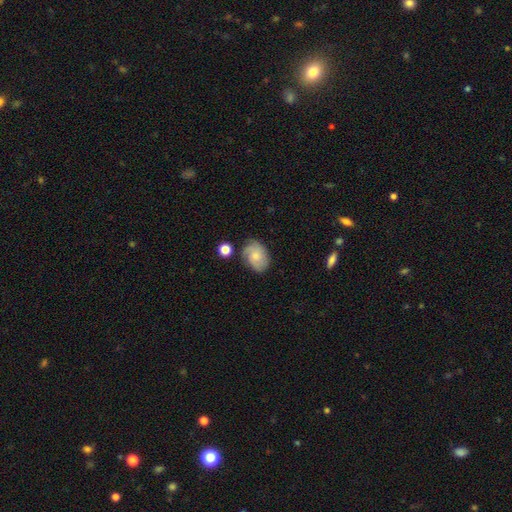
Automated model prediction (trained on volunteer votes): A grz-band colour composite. It shows a smooth galaxy with no disk features (47%). Merging: none (70%).